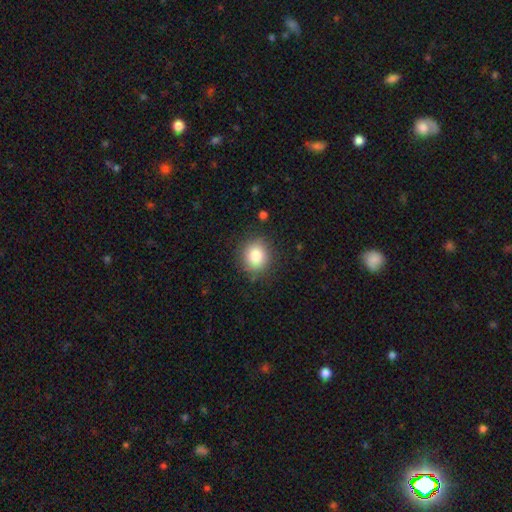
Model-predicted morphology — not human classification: Smooth or featured? smooth (84%)
How rounded? round (80%)
Merging? none (84%)